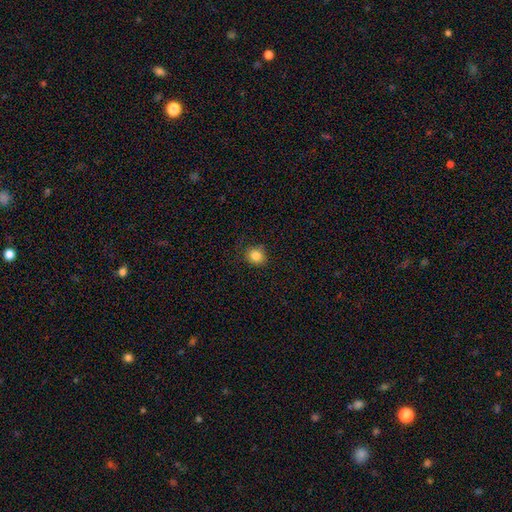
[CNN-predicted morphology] A smooth galaxy with no disk features (84%) that is round (83%).

Vote fractions:
- Smooth or featured? smooth: 84% / star or artifact: 11% / featured or disk: 5%
- How rounded? round: 83% / in between: 16% / cigar-shaped: 1%
- Merging? none: 84% / minor disturbance: 12% / major disturbance: 3% / merger: 1%